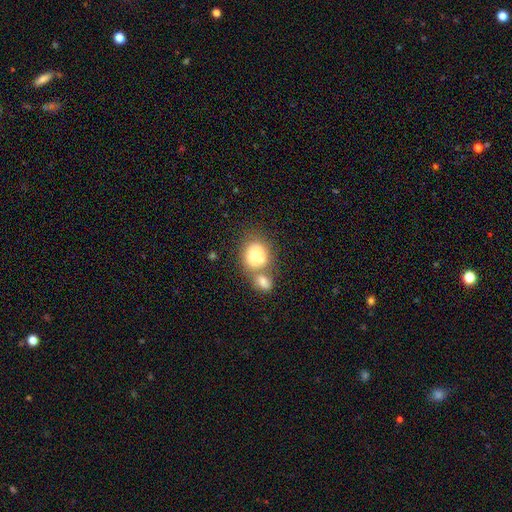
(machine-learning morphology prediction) smooth-or-featured: smooth: 69% | featured or disk: 22% | star or artifact: 9%
  how-rounded: round: 69% | in between: 30% | cigar-shaped: 1%
  merging: merger: 48% | none: 36% | minor disturbance: 11% | major disturbance: 5%